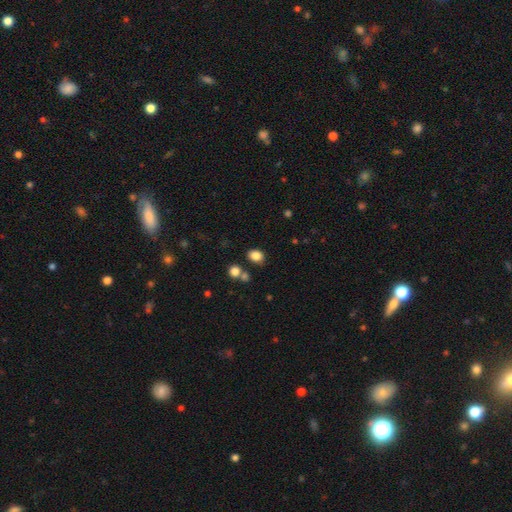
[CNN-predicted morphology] smooth 85%, star or artifact 11%, featured or disk 5%. Down the decision tree: how rounded — in between (57%); merging — none (76%).